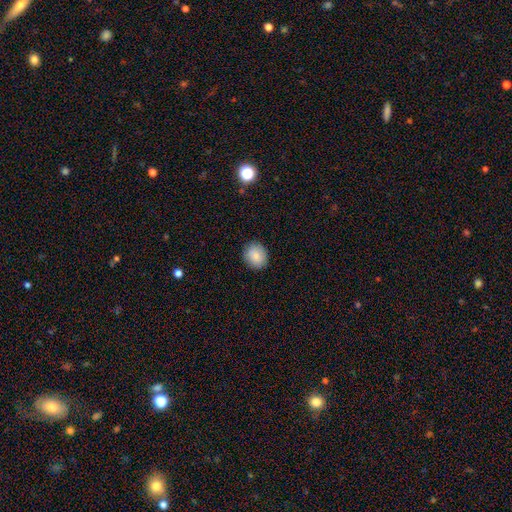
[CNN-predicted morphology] Smooth or featured?
  - smooth: 86% *
  - star or artifact: 8%
  - featured or disk: 6%
How rounded?
  - round: 72% *
  - in between: 27%
  - cigar-shaped: 1%
Merging?
  - none: 89% *
  - minor disturbance: 8%
  - major disturbance: 2%
  - merger: 1%